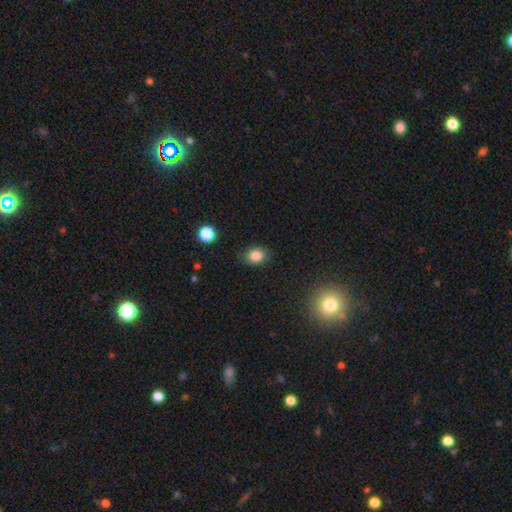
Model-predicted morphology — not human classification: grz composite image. It shows a smooth galaxy with no disk features (83%) that is in between round and cigar-shaped (57%). Merging: none (83%).